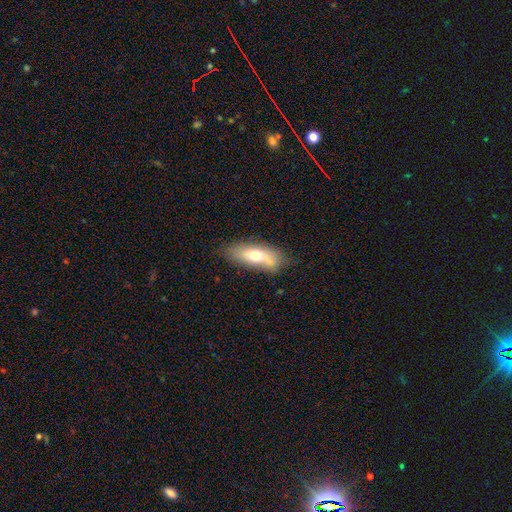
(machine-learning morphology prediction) This appears to be a smooth galaxy with no disk features (61%) that is in between round and cigar-shaped (66%). Merging: none (68%).